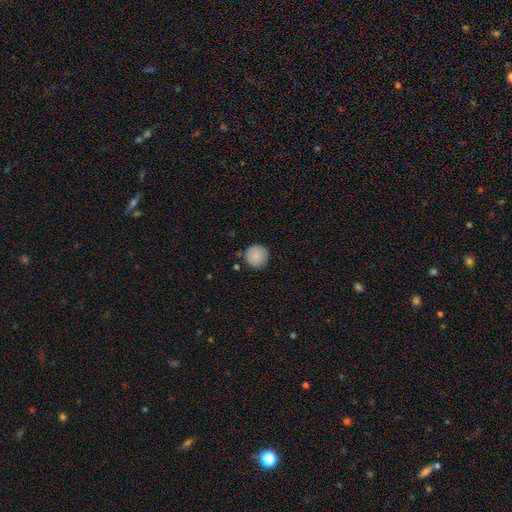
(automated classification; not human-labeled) Q: Smooth or featured?
A: smooth (86%); runner-up: star or artifact (7%)
Q: How rounded?
A: round (95%); runner-up: in between (4%)
Q: Merging?
A: none (87%); runner-up: minor disturbance (9%)